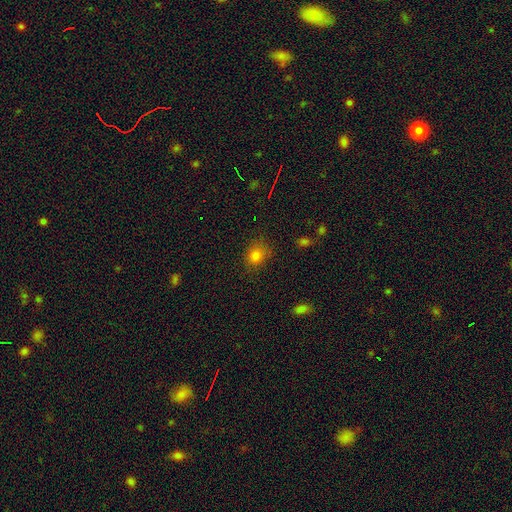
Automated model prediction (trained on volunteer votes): The model was most divided on "how rounded": round: 61%, in between: 38%, cigar-shaped: 1%. More confident: smooth or featured — smooth (80%); merging — none (78%).